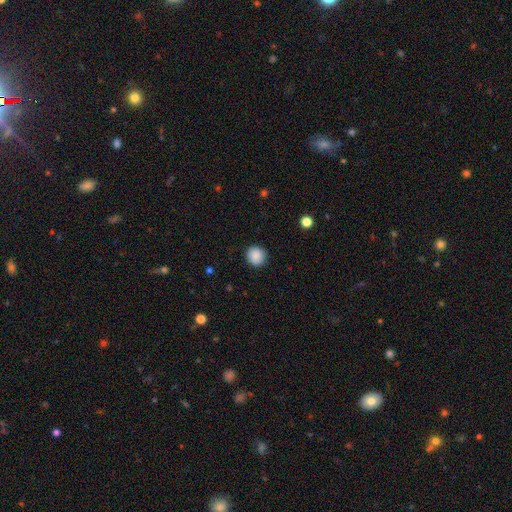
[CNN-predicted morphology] This is clearly a smooth galaxy (88%). How rounded: clearly round (92%). Merging: clearly none (90%).